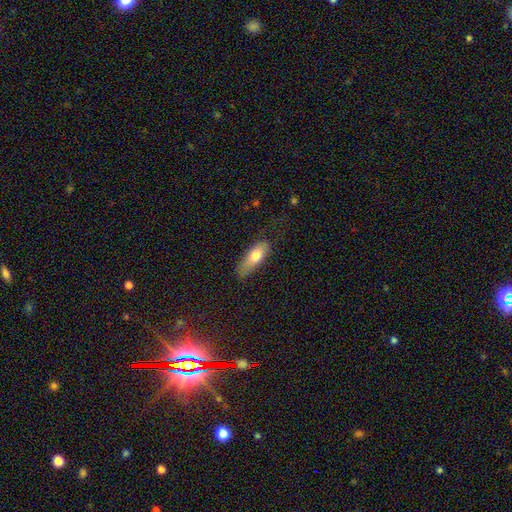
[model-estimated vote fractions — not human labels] Q: Smooth or featured?
A: smooth (72%); runner-up: featured or disk (21%)
Q: How rounded?
A: in between (66%); runner-up: cigar-shaped (31%)
Q: Merging?
A: none (63%); runner-up: minor disturbance (28%)